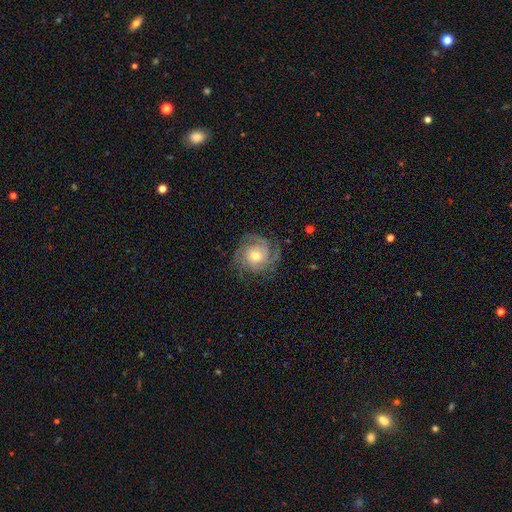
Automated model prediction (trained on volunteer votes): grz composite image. It shows a featured or disk galaxy (84%) with no bar (77%), 3 (28%) tight (64%) spiral arms (97%) and a moderate central bulge (56%). Merging: none (79%).